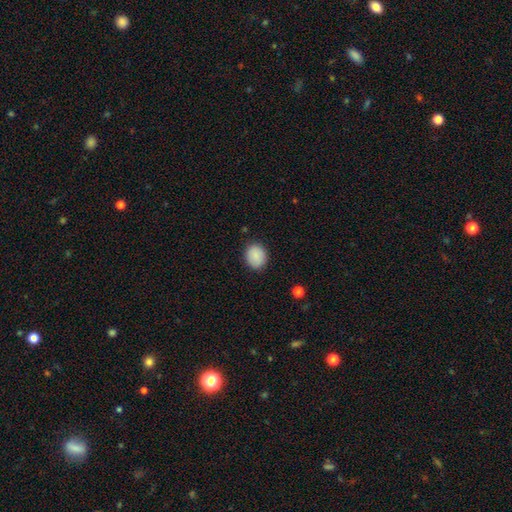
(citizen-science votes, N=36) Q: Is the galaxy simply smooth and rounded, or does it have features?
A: smooth — 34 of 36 (94%).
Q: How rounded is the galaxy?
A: round — 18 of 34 (53%).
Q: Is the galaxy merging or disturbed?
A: none — 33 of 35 (94%).